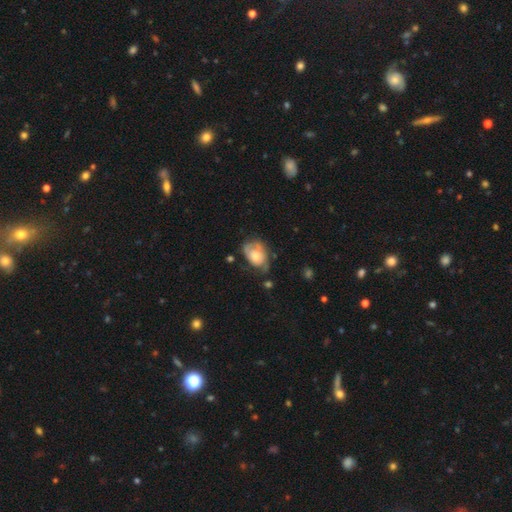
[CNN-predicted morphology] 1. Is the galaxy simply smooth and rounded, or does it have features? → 48% featured or disk, 45% smooth, 7% star or artifact.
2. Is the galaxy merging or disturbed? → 42% none, 34% minor disturbance, 20% major disturbance, 4% merger.